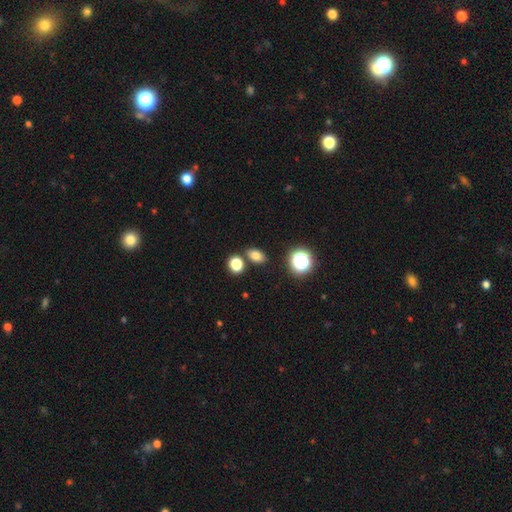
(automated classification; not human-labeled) This appears to be a smooth galaxy with no disk features (78%) that is in between round and cigar-shaped (74%). Merging: none (79%).